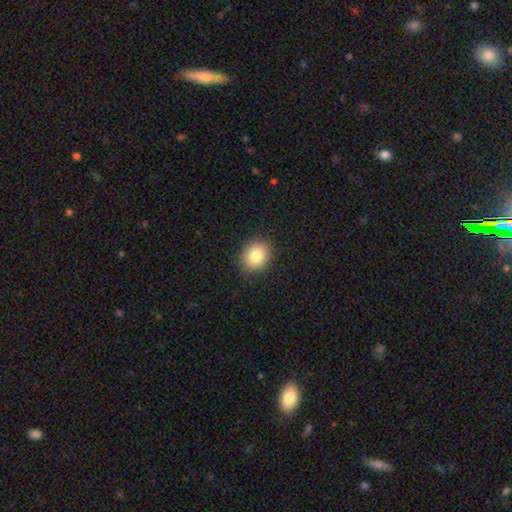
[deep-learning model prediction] Morphology: type=smooth (83%); roundness=round (57%); merging=none (89%).